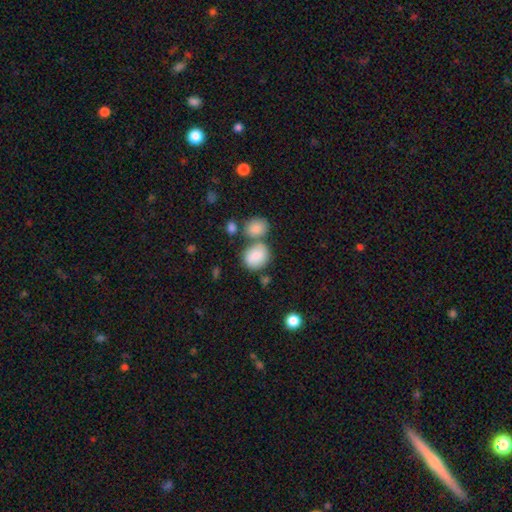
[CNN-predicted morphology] The model was most divided on "how rounded": round: 55%, in between: 44%, cigar-shaped: 1%. More confident: smooth or featured — smooth (85%); merging — none (50%).